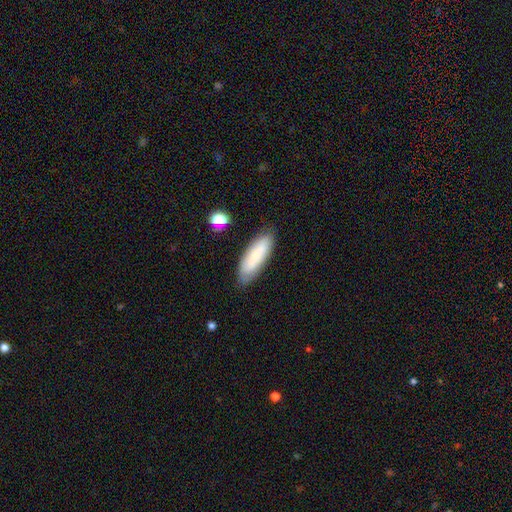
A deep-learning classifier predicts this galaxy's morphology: Smooth or featured? Predicted: smooth (p=0.79). How rounded? Predicted: in between (p=0.54). Merging? Predicted: none (p=0.81).